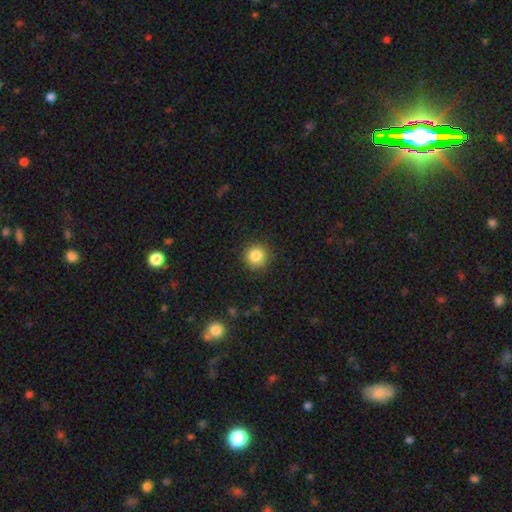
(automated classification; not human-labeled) smooth_or_featured: smooth (p=0.84) [alt: star or artifact p=0.11]
how_rounded: round (p=0.93) [alt: in between p=0.06]
merging: none (p=0.88) [alt: minor disturbance p=0.08]